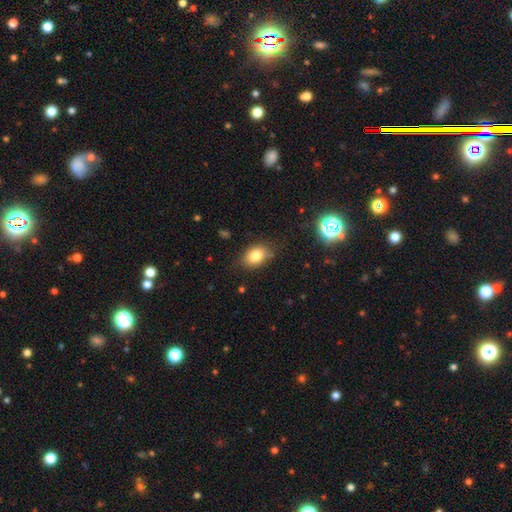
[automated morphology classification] This appears to be a smooth galaxy with no disk features (81%) that is in between round and cigar-shaped (77%). Merging: none (78%).